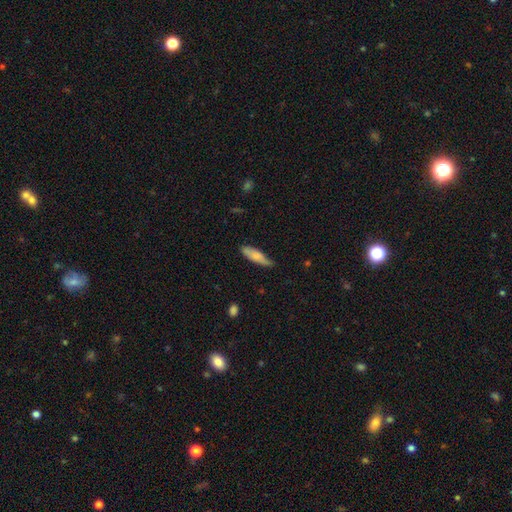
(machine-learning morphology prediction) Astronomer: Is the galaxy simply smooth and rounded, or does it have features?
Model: smooth — 76%.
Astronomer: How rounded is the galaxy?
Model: cigar-shaped — 59% (runner-up: in between, 39%).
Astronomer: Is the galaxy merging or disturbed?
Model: none — 66%.